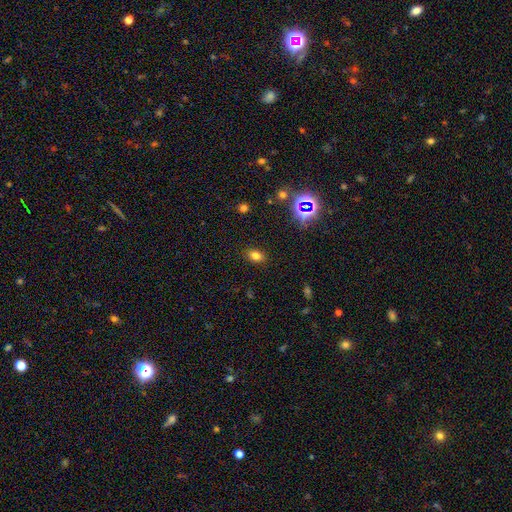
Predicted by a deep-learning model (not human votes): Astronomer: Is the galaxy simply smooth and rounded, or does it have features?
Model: smooth — 75%.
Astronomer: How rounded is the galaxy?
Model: in between — 77%.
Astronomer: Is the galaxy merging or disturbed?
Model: none — 87%.